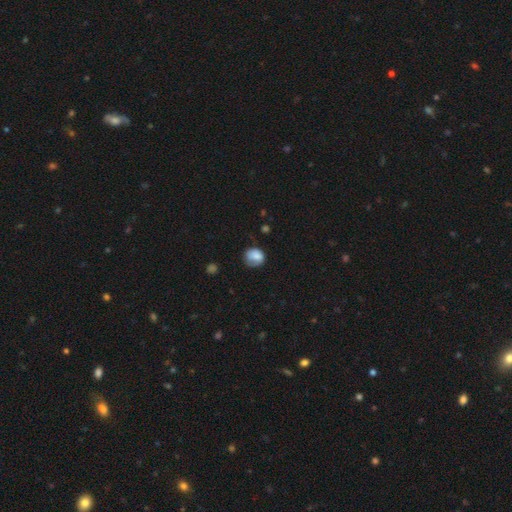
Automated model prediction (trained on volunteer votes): This appears to be a smooth galaxy with no disk features (77%) that is round (69%). Merging: none (52%).